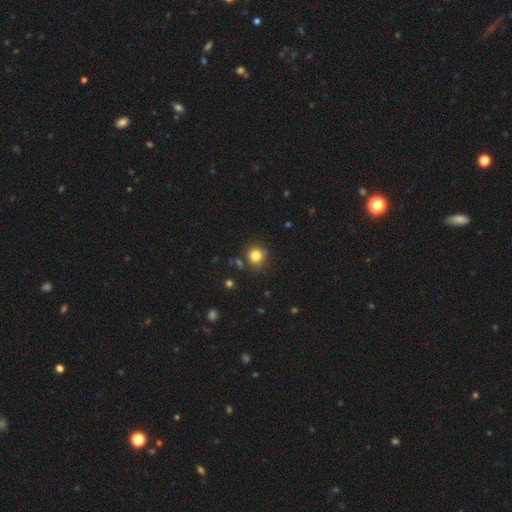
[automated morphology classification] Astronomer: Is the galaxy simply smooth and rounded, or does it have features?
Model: smooth — 81%.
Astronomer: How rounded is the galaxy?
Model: round — 86%.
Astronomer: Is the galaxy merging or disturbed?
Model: none — 78%.